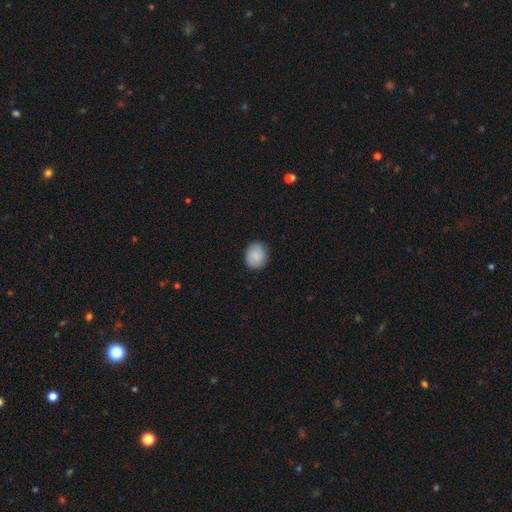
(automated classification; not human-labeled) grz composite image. It shows a smooth galaxy with no disk features (83%) that is round (59%). Merging: none (85%).